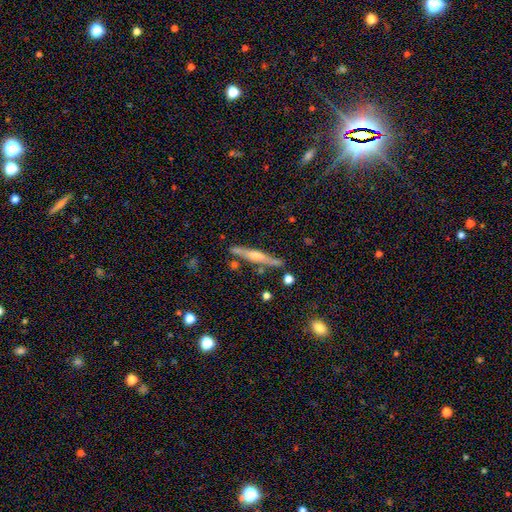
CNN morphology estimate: smooth_or_featured: featured or disk (p=0.71) [alt: smooth p=0.22]
disk_edge_on: yes (p=0.97) [alt: no p=0.03]
edge_on_bulge: rounded (p=0.82) [alt: none p=0.09]
merging: none (p=0.84) [alt: minor disturbance p=0.10]